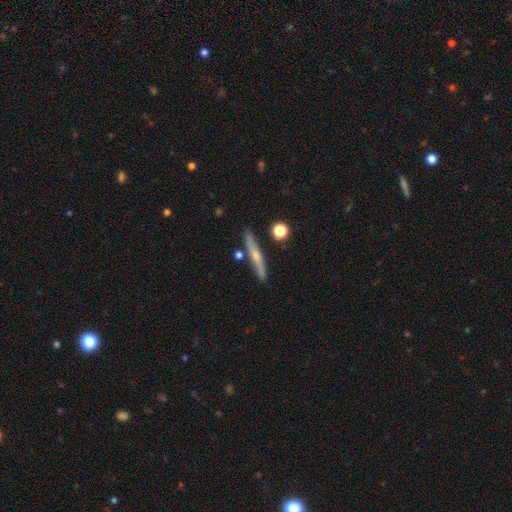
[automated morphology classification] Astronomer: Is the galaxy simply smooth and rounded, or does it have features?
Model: featured or disk — 50% (runner-up: smooth, 44%).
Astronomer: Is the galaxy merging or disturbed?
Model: none — 83%.